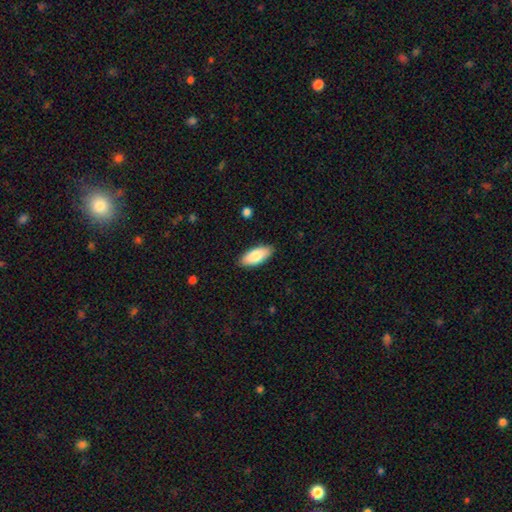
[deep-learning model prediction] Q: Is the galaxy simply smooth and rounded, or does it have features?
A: smooth — 83%.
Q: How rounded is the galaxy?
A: in between — 85%.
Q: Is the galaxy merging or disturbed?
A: none — 88%.